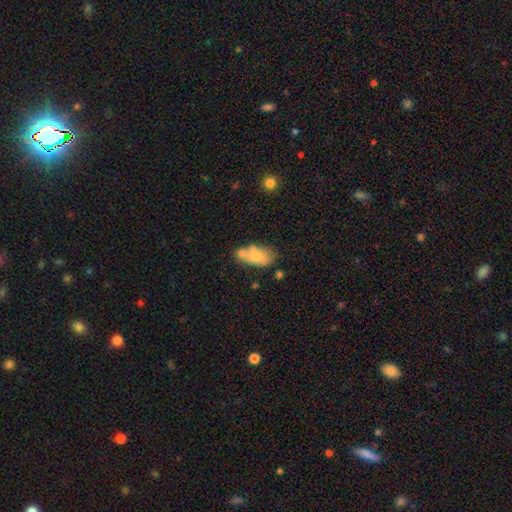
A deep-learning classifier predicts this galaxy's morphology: Smooth or featured: smooth — 63% (featured or disk — 29%)
How rounded: in between — 89% (round — 7%)
Merging: none — 40% (merger — 31%)